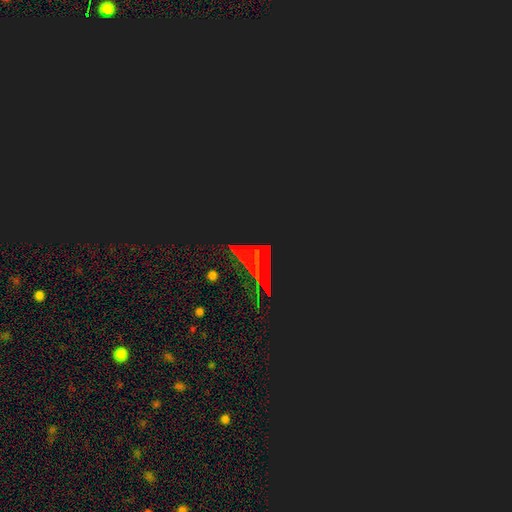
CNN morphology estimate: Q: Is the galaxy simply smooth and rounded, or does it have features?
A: star or artifact — 75%.